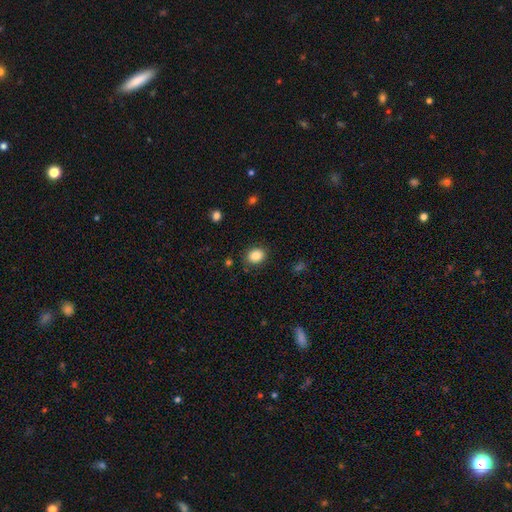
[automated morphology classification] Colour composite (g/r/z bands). It shows a smooth galaxy with no disk features (85%) that is round (56%). Merging: none (85%).